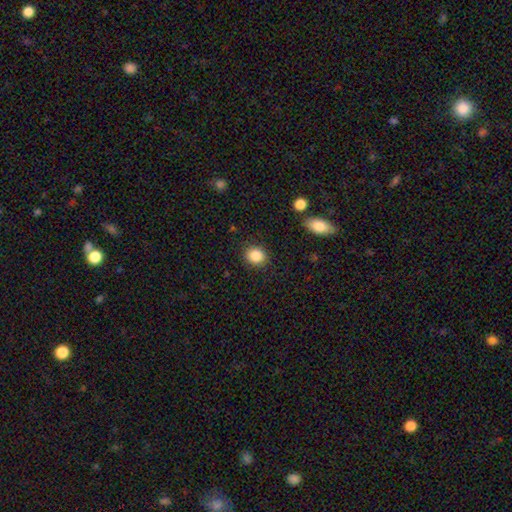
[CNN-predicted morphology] This is clearly a smooth galaxy (86%). How rounded: likely round (74%). Merging: clearly none (88%).